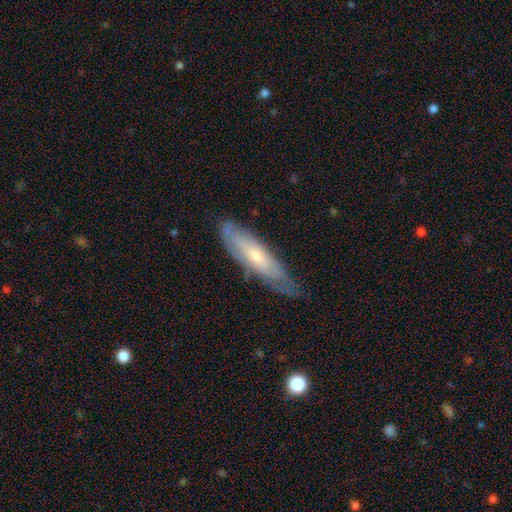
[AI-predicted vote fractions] smooth-or-featured: featured or disk: 56% | smooth: 37% | star or artifact: 6%
  disk-edge-on: no: 63% | yes: 37%
  merging: none: 64% | minor disturbance: 27% | major disturbance: 7% | merger: 2%